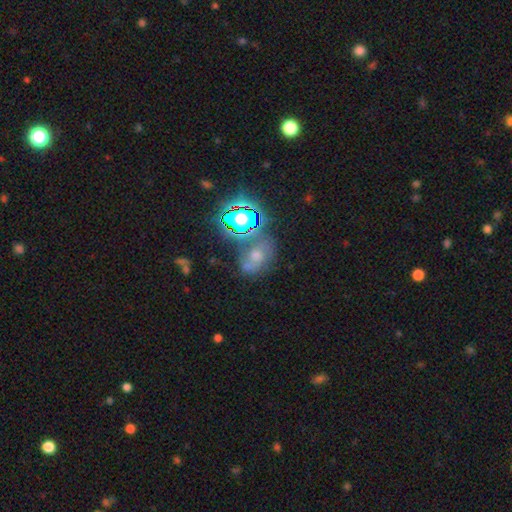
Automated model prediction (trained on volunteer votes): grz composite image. It shows a smooth galaxy with no disk features (37%). Merging: none (47%).